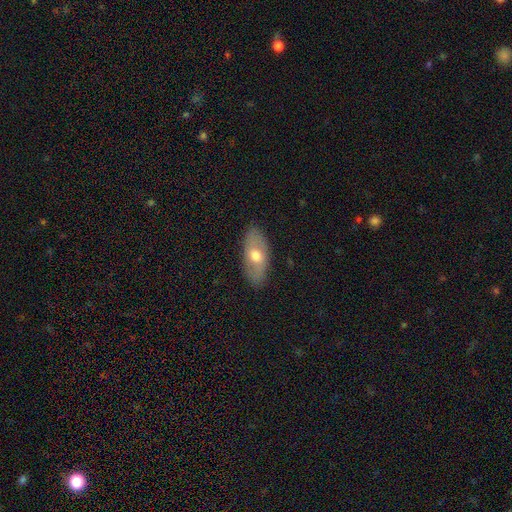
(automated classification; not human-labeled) smooth-or-featured: smooth: 59% | featured or disk: 35% | star or artifact: 6%
  how-rounded: in between: 87% | cigar-shaped: 9% | round: 4%
  merging: none: 86% | minor disturbance: 11% | major disturbance: 3% | merger: 1%